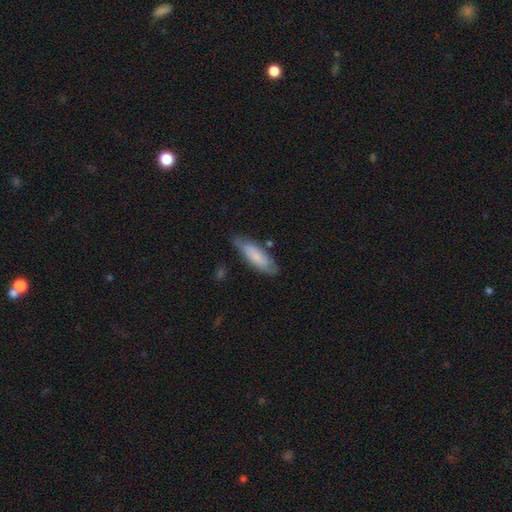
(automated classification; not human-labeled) smooth 66%, featured or disk 28%, star or artifact 6%. Down the decision tree: how rounded — in between (53%); merging — none (63%).